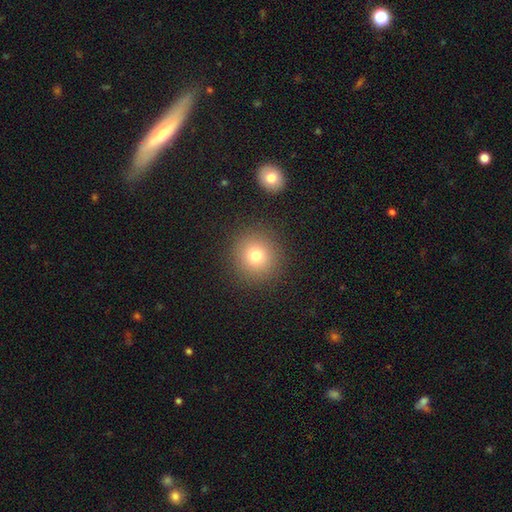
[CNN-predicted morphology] This appears to be a smooth galaxy with no disk features (76%) that is round (93%). Merging: none (90%).